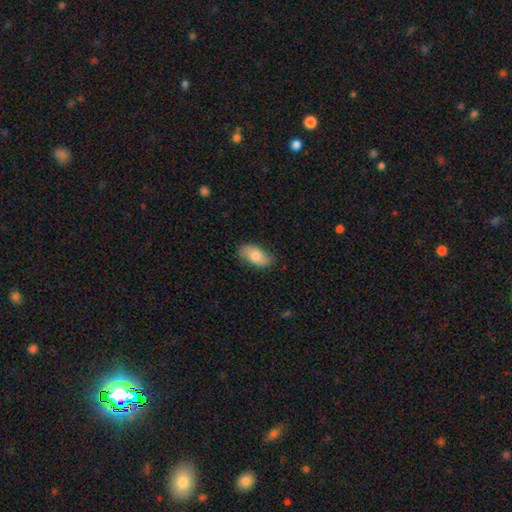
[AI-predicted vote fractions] Smooth or featured?
  - smooth: 70% *
  - featured or disk: 24%
  - star or artifact: 6%
How rounded?
  - in between: 91% *
  - cigar-shaped: 5%
  - round: 4%
Merging?
  - none: 78% *
  - minor disturbance: 18%
  - major disturbance: 4%
  - merger: 1%